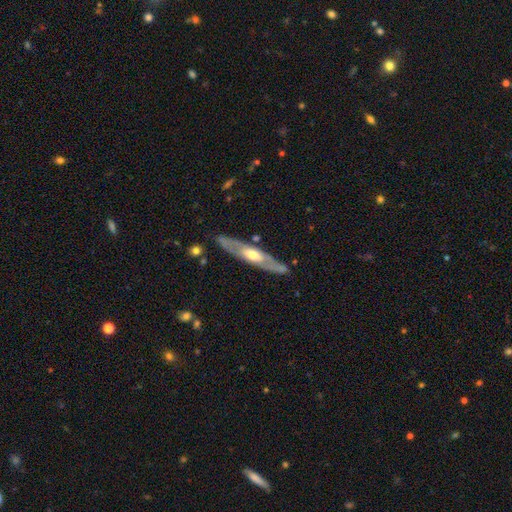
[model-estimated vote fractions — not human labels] smooth_or_featured: featured or disk (p=0.71) [alt: smooth p=0.24]
disk_edge_on: yes (p=0.57) [alt: no p=0.43]
merging: none (p=0.85) [alt: minor disturbance p=0.11]